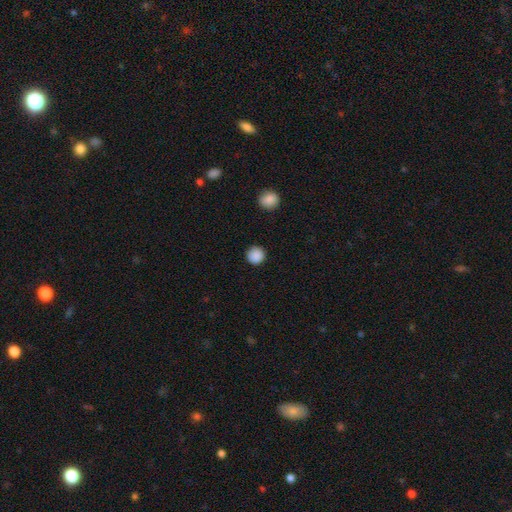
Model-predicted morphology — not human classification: smooth-or-featured: smooth: 88% | star or artifact: 9% | featured or disk: 3%
  how-rounded: round: 95% | in between: 4% | cigar-shaped: 1%
  merging: none: 91% | minor disturbance: 6% | major disturbance: 2% | merger: 1%